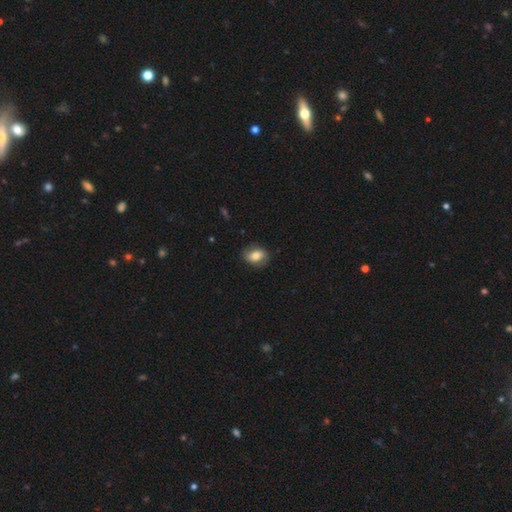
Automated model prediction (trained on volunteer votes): A smooth galaxy with no disk features (73%) that is in between round and cigar-shaped (68%).

Vote fractions:
- Smooth or featured? smooth: 73% / featured or disk: 19% / star or artifact: 8%
- How rounded? in between: 68% / round: 30% / cigar-shaped: 1%
- Merging? none: 80% / minor disturbance: 15% / major disturbance: 4% / merger: 1%